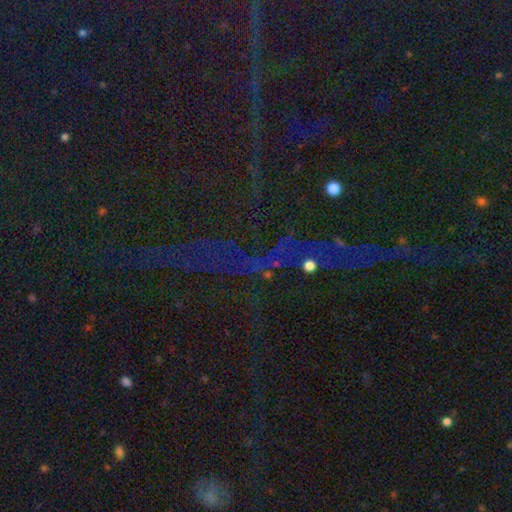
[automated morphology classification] Q: Smooth or featured?
A: star or artifact (73%); runner-up: smooth (14%)